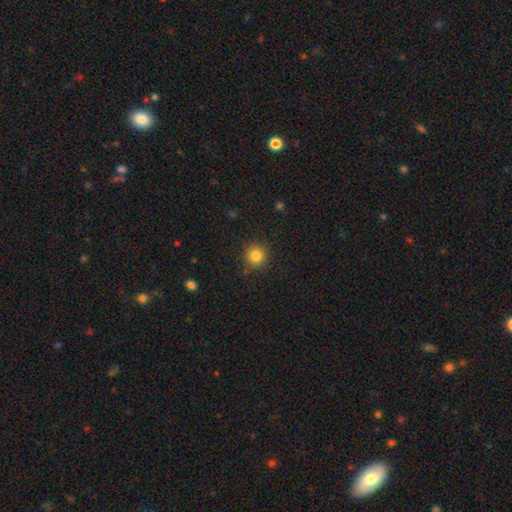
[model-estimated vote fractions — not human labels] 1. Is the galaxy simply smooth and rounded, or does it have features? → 83% smooth, 11% star or artifact, 6% featured or disk.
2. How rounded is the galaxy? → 93% round, 6% in between, 1% cigar-shaped.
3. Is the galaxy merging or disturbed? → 88% none, 8% minor disturbance, 2% major disturbance, 1% merger.